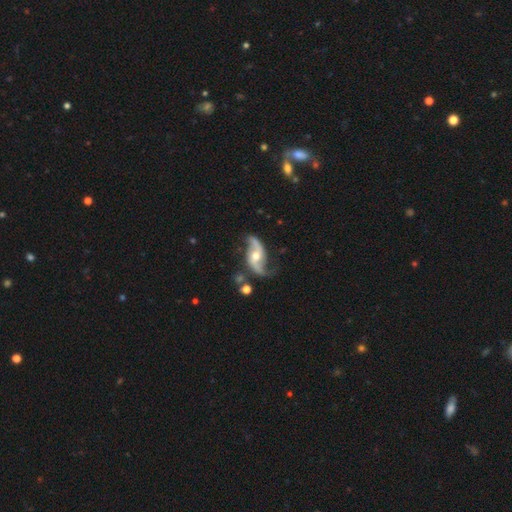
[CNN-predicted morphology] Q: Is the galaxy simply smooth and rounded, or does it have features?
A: featured or disk — 89%.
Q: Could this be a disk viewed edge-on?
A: no — 96%.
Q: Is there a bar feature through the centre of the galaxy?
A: no — 54%.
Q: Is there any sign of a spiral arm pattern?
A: yes — 96%.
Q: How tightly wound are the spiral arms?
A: loose — 77%.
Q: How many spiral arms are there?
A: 2 — 93%.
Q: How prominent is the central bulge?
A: moderate — 68%.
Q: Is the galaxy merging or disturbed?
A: none — 70%.